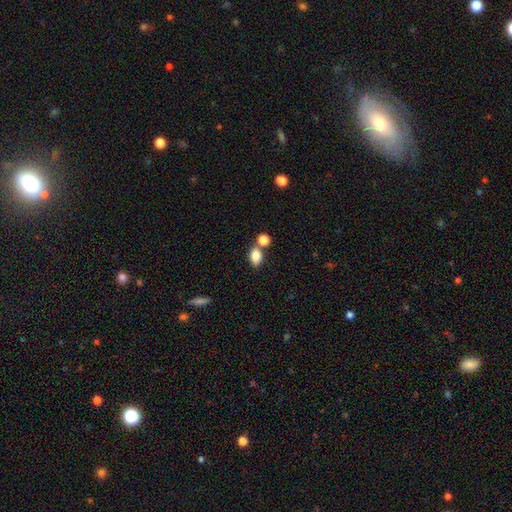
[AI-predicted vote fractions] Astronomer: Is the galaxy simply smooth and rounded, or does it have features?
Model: smooth — 83%.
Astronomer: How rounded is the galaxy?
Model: in between — 80%.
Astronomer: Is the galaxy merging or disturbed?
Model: none — 57%.